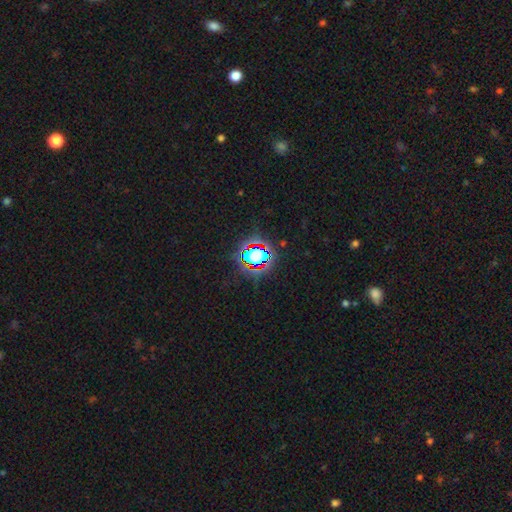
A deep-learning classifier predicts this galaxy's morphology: Q: Smooth or featured?
A: star or artifact (64%); runner-up: smooth (22%)